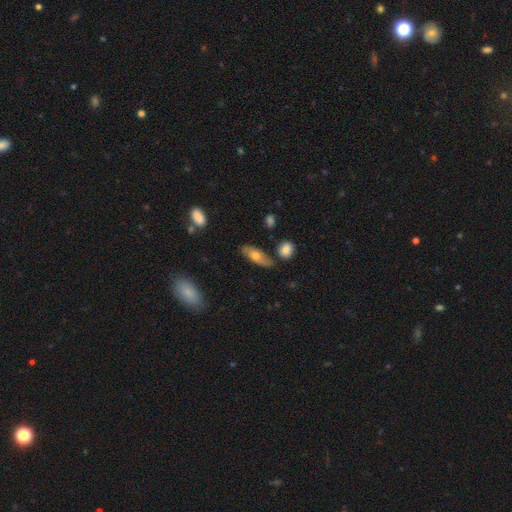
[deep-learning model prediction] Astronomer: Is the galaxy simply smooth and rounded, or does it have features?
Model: smooth — 63%.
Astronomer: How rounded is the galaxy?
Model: in between — 71%.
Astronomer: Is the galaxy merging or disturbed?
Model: none — 73%.